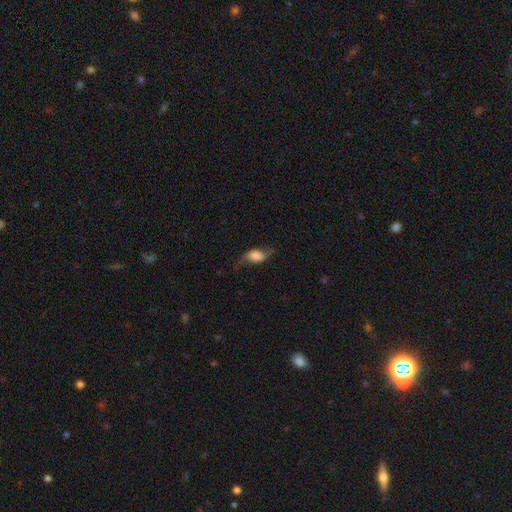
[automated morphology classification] smooth_or_featured: smooth (p=0.52) [alt: featured or disk p=0.38]
how_rounded: in between (p=0.83) [alt: round p=0.10]
merging: none (p=0.59) [alt: minor disturbance p=0.24]